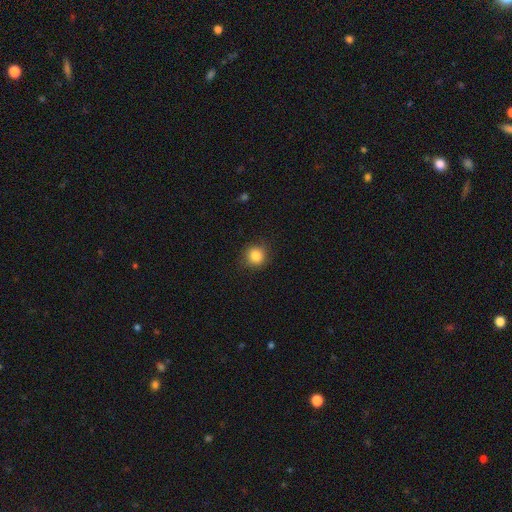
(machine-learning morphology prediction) Smooth or featured?
  - smooth: 84% *
  - star or artifact: 11%
  - featured or disk: 5%
How rounded?
  - round: 87% *
  - in between: 12%
  - cigar-shaped: 1%
Merging?
  - none: 86% *
  - minor disturbance: 10%
  - major disturbance: 3%
  - merger: 1%